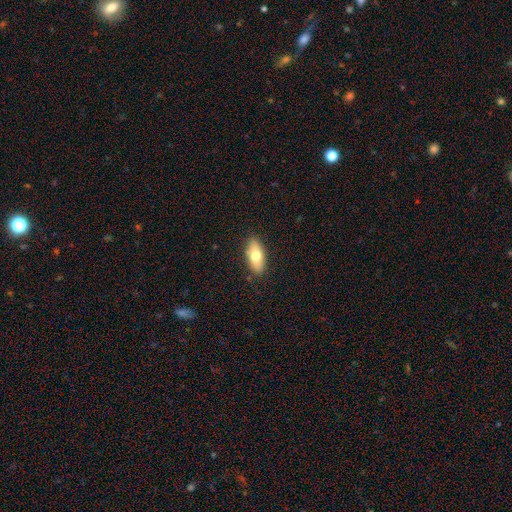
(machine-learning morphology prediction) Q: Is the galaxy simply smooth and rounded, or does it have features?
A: smooth — 69%.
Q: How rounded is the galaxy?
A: in between — 84%.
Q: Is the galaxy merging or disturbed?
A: none — 87%.